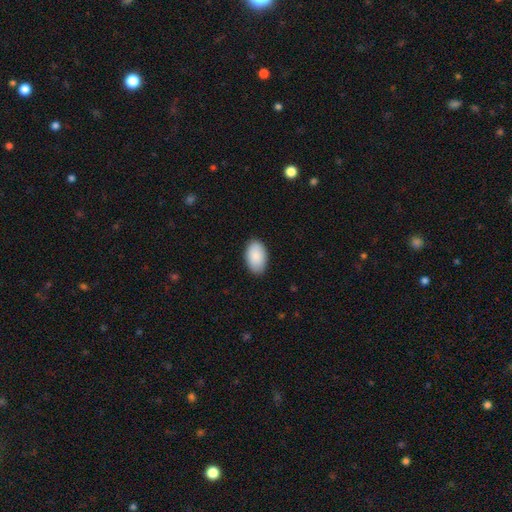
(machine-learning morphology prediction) This is clearly a smooth galaxy (90%). How rounded: clearly in between (94%). Merging: clearly none (87%).